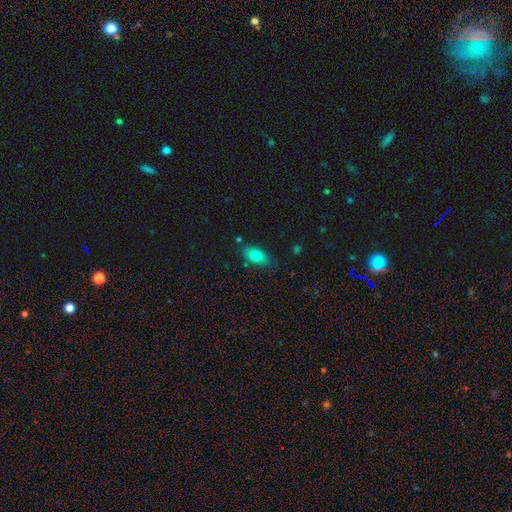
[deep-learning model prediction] Smooth or featured? smooth (79%)
How rounded? in between (87%)
Merging? none (77%)